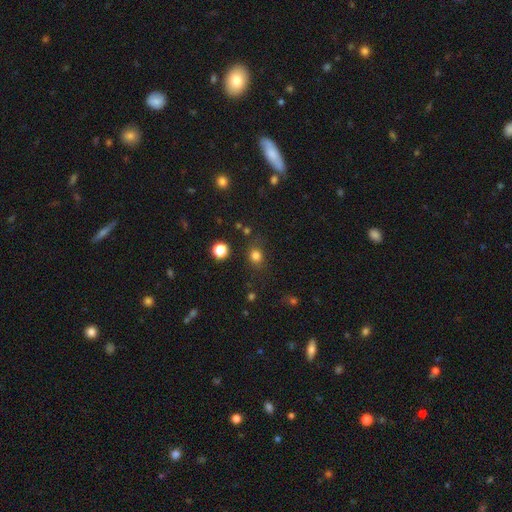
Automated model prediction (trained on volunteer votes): This is likely a smooth galaxy (79%). How rounded: likely round (76%). Merging: likely none (78%).